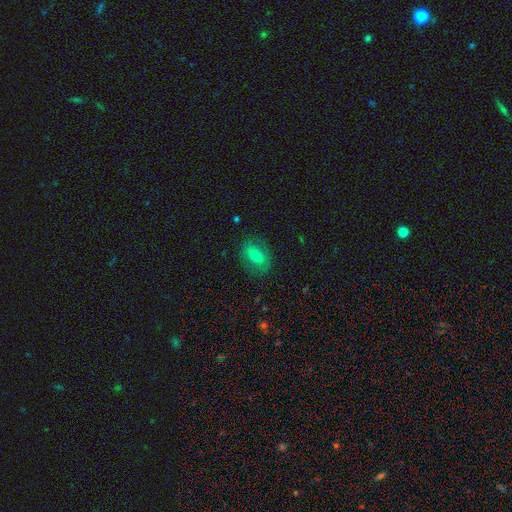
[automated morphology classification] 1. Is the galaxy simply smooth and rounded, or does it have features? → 64% smooth, 27% featured or disk, 9% star or artifact.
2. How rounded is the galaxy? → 77% in between, 20% round, 3% cigar-shaped.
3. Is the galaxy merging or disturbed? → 80% none, 14% minor disturbance, 5% major disturbance, 1% merger.